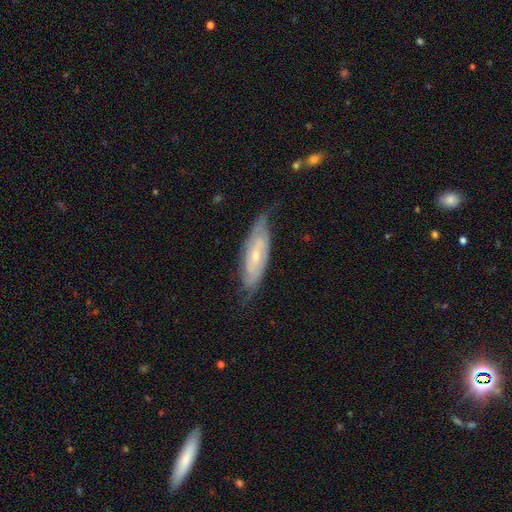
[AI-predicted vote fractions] Morphology: type=featured or disk (75%); edge-on=no (81%); bar=no (44%); spiral arms=yes (88%); winding=tight (53%); arm count=2 (52%); bulge=small (58%); merging=none (69%).